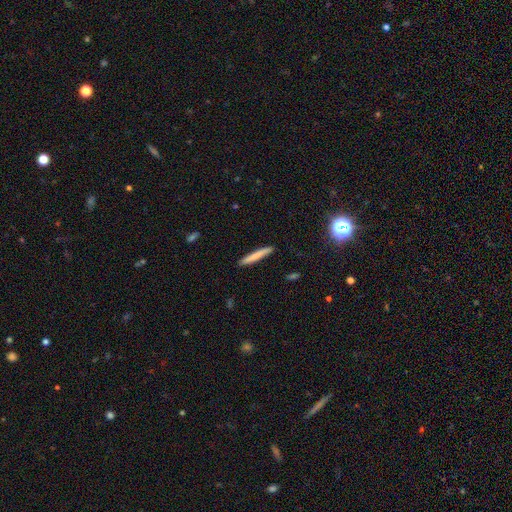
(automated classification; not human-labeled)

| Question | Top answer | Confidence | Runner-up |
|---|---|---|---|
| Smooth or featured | smooth | 76% | featured or disk (18%) |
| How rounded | cigar-shaped | 96% | in between (3%) |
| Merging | none | 91% | minor disturbance (7%) |